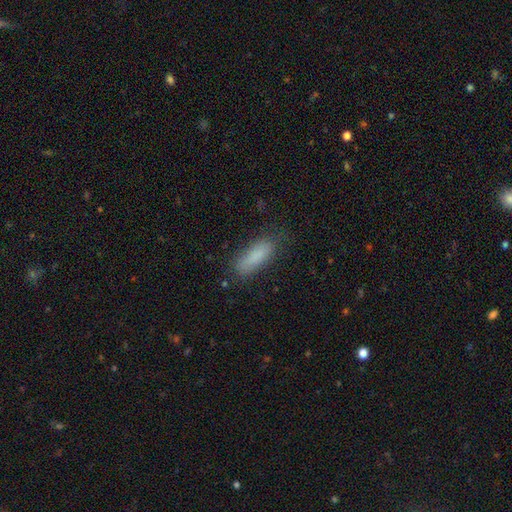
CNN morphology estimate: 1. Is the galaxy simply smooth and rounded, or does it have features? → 84% smooth, 8% star or artifact, 8% featured or disk.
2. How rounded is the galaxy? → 57% in between, 41% cigar-shaped, 2% round.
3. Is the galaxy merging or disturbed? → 79% none, 15% minor disturbance, 4% major disturbance, 1% merger.